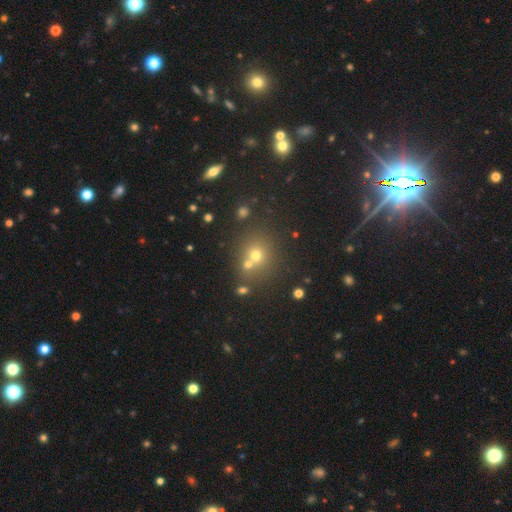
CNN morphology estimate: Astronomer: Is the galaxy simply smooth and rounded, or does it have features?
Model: smooth — 59%.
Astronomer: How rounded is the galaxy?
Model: round — 83%.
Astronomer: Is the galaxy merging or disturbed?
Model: none — 61%.